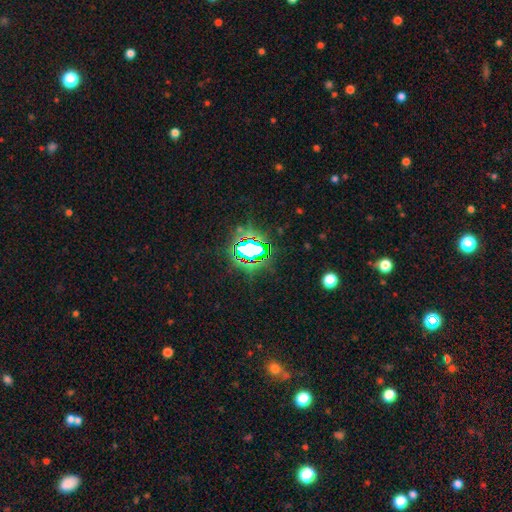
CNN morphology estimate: This appears to be a star or artifact, not a galaxy (73%).